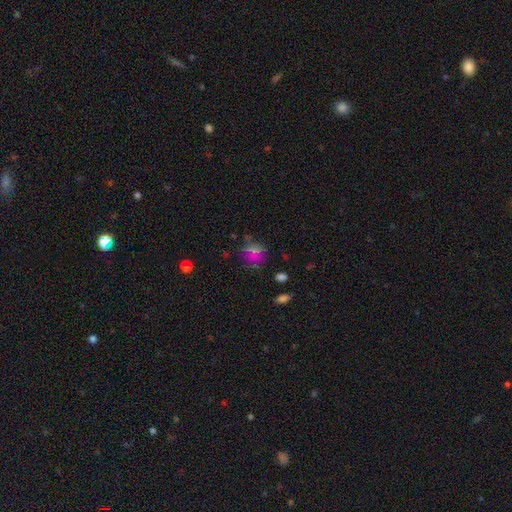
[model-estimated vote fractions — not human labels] Morphology: type=smooth (53%); roundness=round (75%); merging=none (65%).